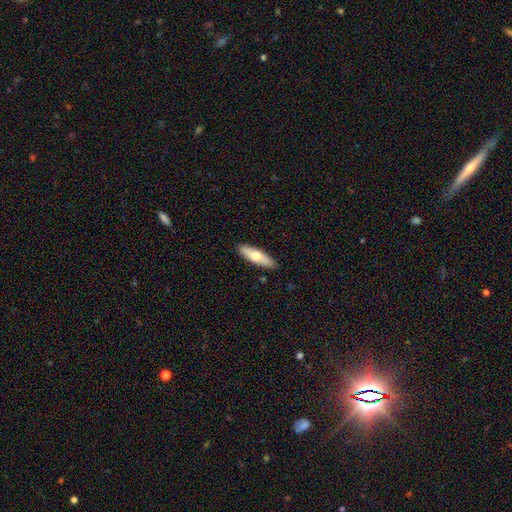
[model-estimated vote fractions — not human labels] Smooth or featured: smooth — 65% (featured or disk — 29%)
How rounded: cigar-shaped — 52% (in between — 46%)
Merging: none — 88% (minor disturbance — 9%)